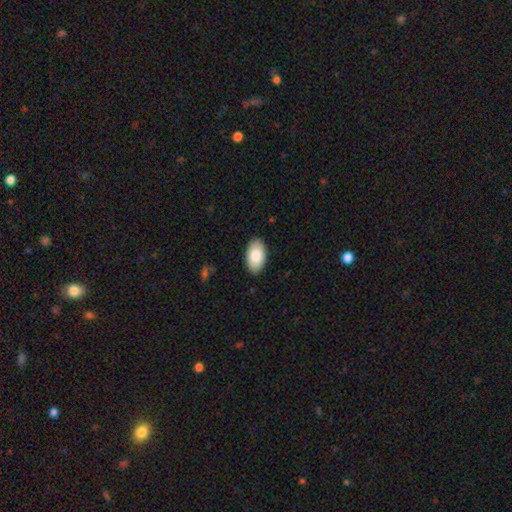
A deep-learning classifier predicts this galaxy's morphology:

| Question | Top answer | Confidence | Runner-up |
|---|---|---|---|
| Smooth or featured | smooth | 85% | featured or disk (10%) |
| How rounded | in between | 95% | round (3%) |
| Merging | none | 89% | minor disturbance (8%) |